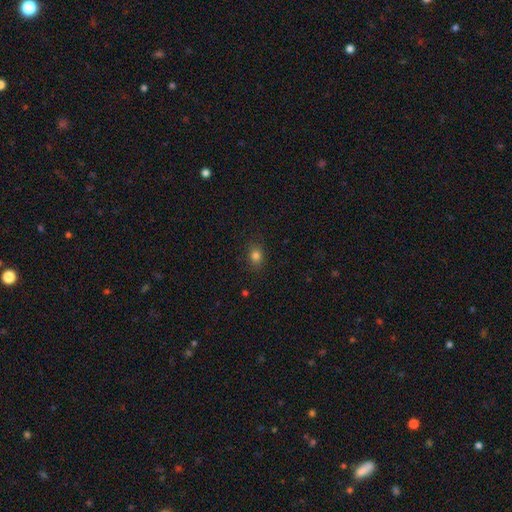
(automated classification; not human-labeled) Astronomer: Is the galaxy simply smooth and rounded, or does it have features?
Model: smooth — 80%.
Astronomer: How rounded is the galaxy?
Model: in between — 51% (runner-up: round, 48%).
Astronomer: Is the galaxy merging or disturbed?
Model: none — 87%.